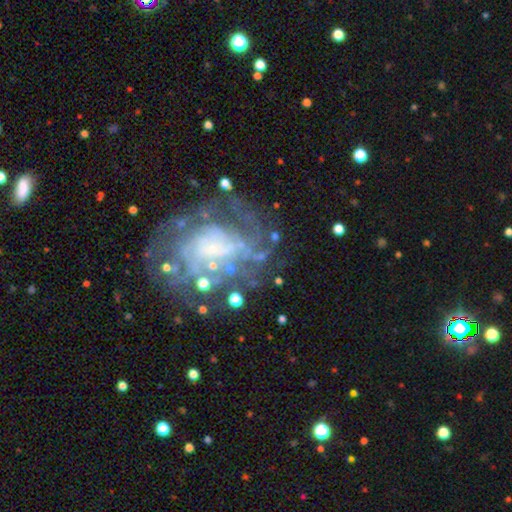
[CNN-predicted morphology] Smooth or featured? featured or disk (77%)
Edge-on disk? no (98%)
Bar? no (72%)
Spiral arms? yes (75%)
Spiral winding? tight (54%)
Spiral arm count? can't tell (49%)
Bulge size? small (49%)
Merging? none (56%)